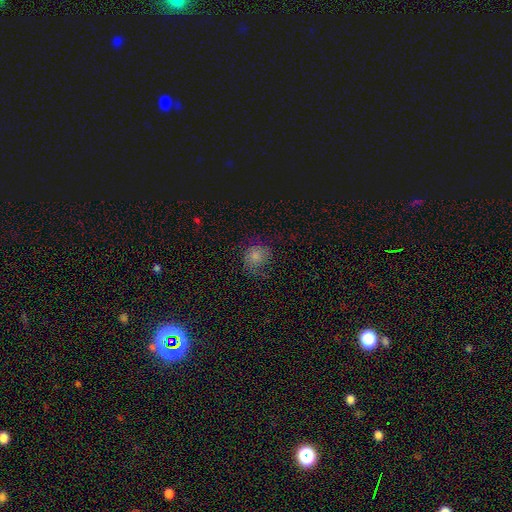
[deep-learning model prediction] Smooth or featured? smooth (64%)
How rounded? round (79%)
Merging? none (65%)